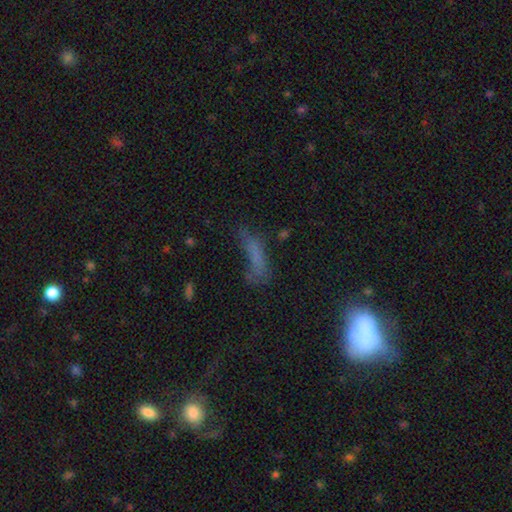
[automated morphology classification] smooth 59%, featured or disk 20%, star or artifact 20%. Down the decision tree: how rounded — cigar-shaped (53%); merging — none (42%).